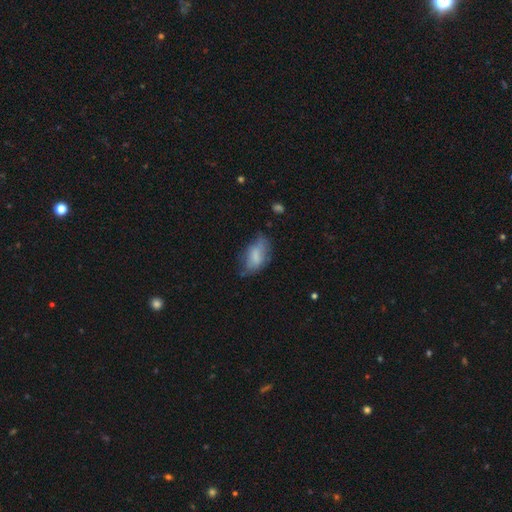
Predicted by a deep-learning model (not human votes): Morphology: type=smooth (69%); roundness=in between (91%); merging=none (49%).